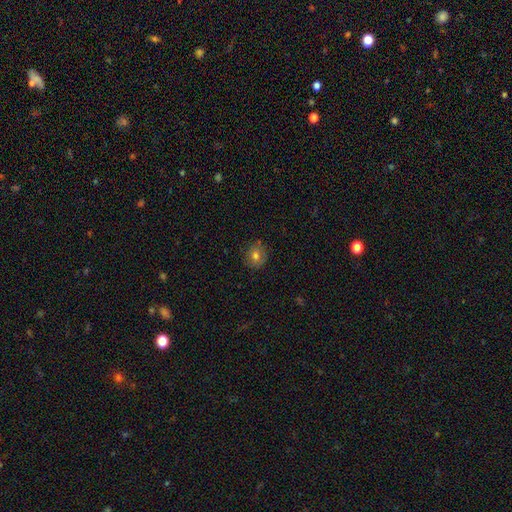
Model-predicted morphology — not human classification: Overall: smooth (73%). How rounded: round (74%). Merging: none (83%).